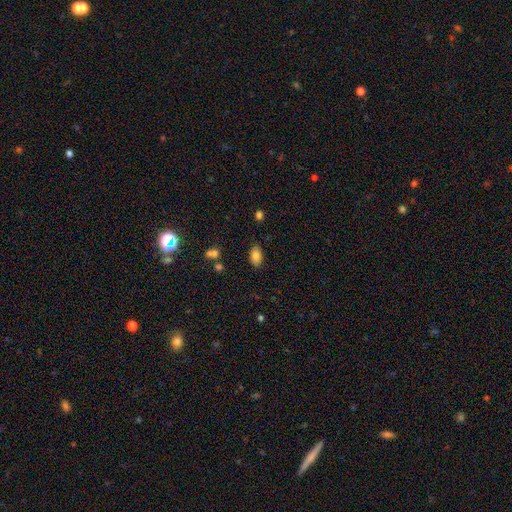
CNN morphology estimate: Overall: smooth (83%). How rounded: in between (92%). Merging: none (84%).